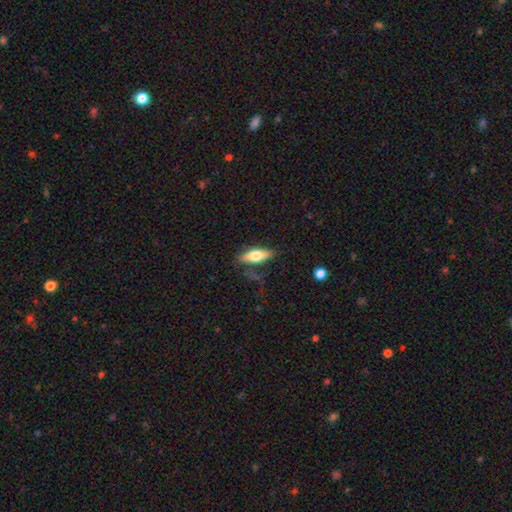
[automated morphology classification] Smooth or featured?
  - smooth: 65% *
  - featured or disk: 28%
  - star or artifact: 7%
How rounded?
  - in between: 62% *
  - cigar-shaped: 36%
  - round: 3%
Merging?
  - none: 73% *
  - minor disturbance: 18%
  - major disturbance: 6%
  - merger: 3%